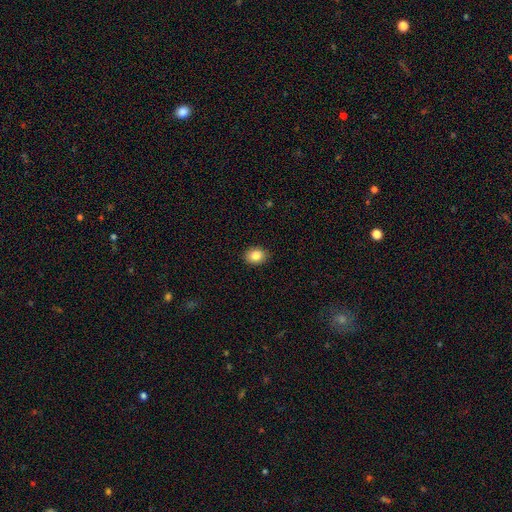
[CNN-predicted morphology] smooth 86%, star or artifact 9%, featured or disk 5%. Down the decision tree: how rounded — in between (61%); merging — none (89%).